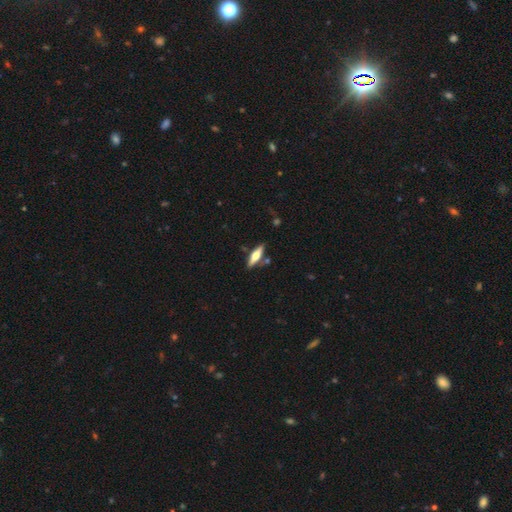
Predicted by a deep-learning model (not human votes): This is possibly a featured or disk galaxy (52%). It is clearly viewed edge-on (93%). Merging: clearly none (81%).